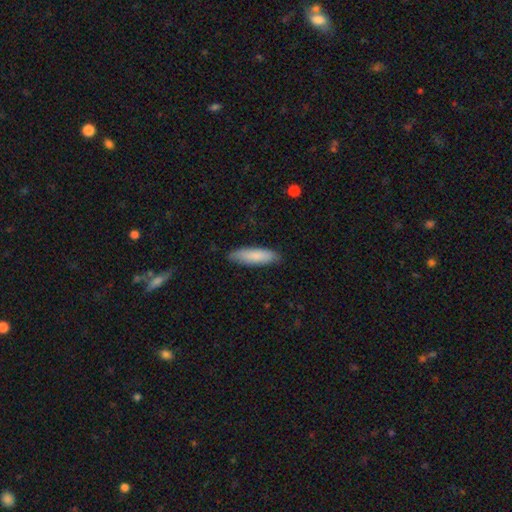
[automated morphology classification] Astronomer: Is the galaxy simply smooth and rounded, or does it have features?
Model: smooth — 84%.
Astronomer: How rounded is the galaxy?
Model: cigar-shaped — 61% (runner-up: in between, 38%).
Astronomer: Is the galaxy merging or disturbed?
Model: none — 84%.